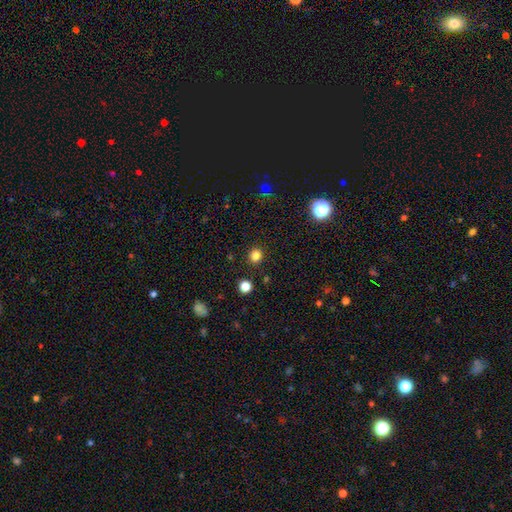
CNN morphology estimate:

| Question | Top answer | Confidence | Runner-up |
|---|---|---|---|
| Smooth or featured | smooth | 82% | star or artifact (14%) |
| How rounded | round | 86% | in between (13%) |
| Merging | none | 91% | minor disturbance (5%) |